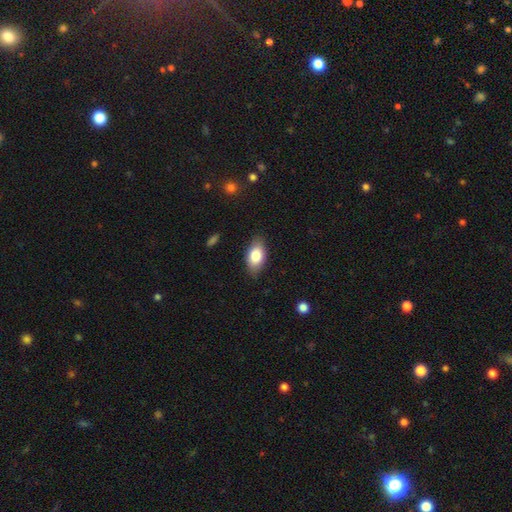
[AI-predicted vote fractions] smooth 81%, featured or disk 12%, star or artifact 7%. Down the decision tree: how rounded — in between (92%); merging — none (83%).